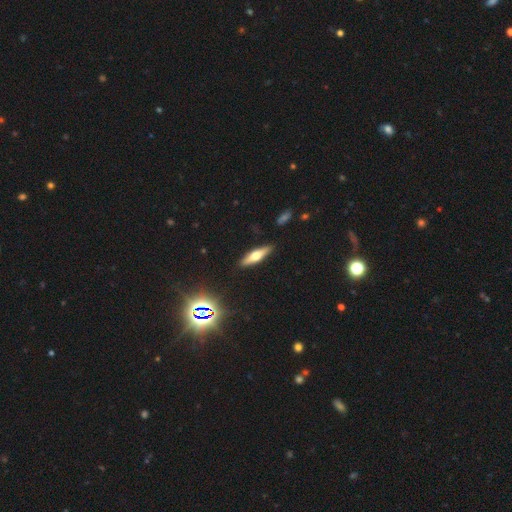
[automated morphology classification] type=featured or disk (51%); edge-on=yes (92%); merging=none (89%).